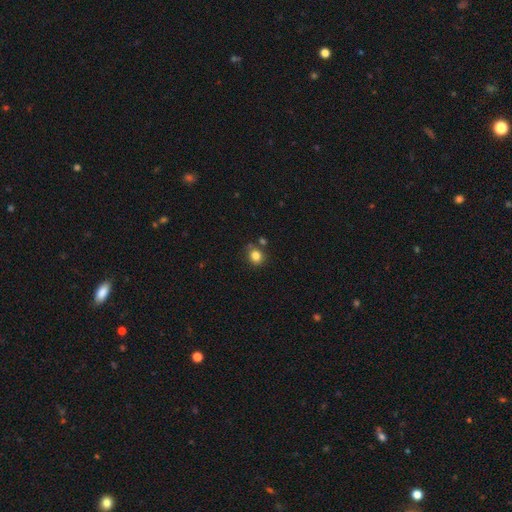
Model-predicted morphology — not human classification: This is clearly a smooth galaxy (82%). How rounded: likely round (72%). Merging: likely none (74%).